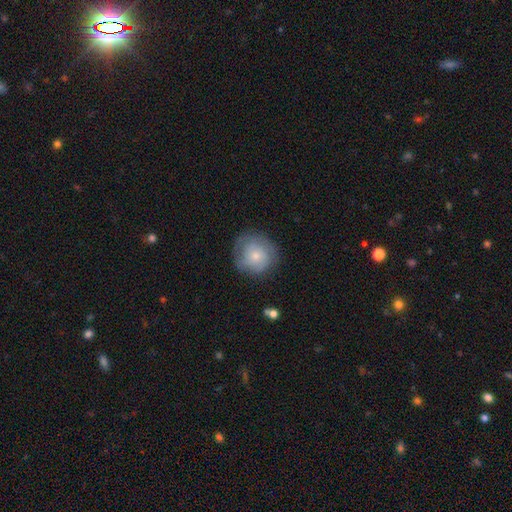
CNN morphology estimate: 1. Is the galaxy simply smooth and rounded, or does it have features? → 60% smooth, 33% featured or disk, 7% star or artifact.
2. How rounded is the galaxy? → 91% round, 8% in between, 1% cigar-shaped.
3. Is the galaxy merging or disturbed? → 74% none, 18% minor disturbance, 6% major disturbance, 1% merger.